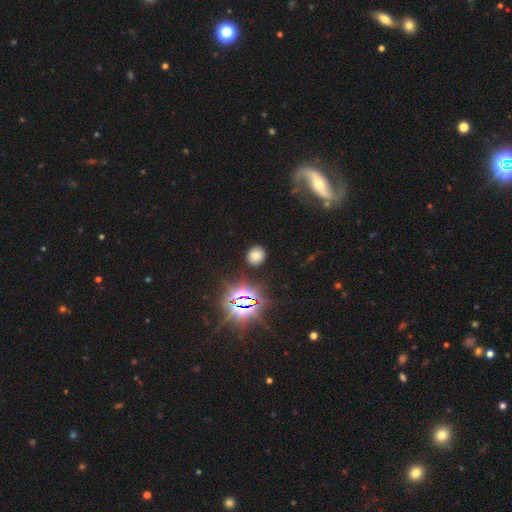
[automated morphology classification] A smooth galaxy with no disk features (69%) that is round (79%). Merging: none (87%).